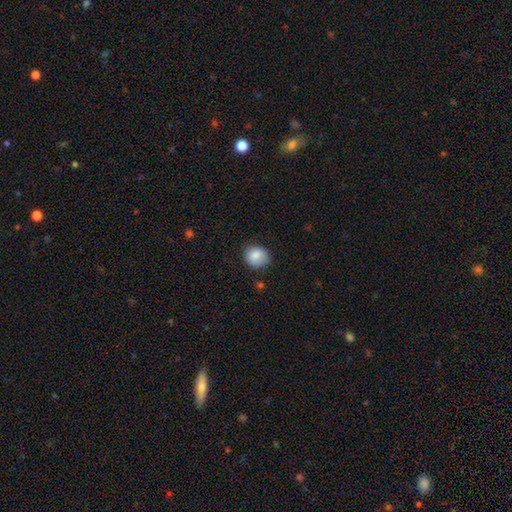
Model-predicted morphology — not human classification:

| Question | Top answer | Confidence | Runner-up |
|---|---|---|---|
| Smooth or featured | smooth | 83% | featured or disk (9%) |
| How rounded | round | 75% | in between (24%) |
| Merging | none | 75% | minor disturbance (19%) |